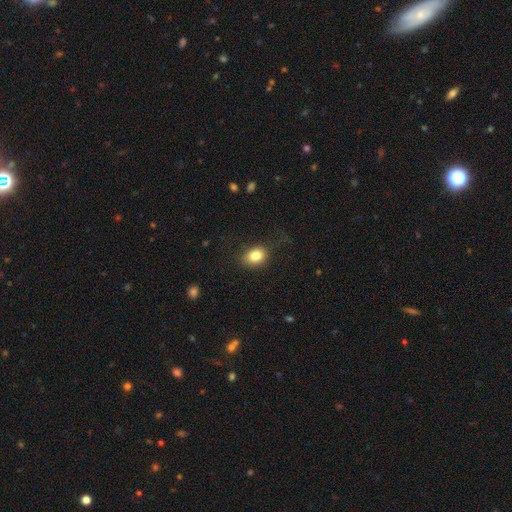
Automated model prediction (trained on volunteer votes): smooth 82%, star or artifact 10%, featured or disk 8%. Down the decision tree: how rounded — in between (62%); merging — none (77%).